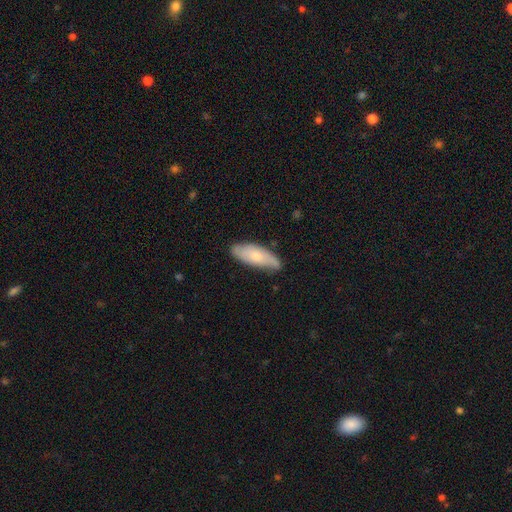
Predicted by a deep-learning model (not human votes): smooth-or-featured: smooth: 62% | featured or disk: 32% | star or artifact: 6%
  how-rounded: in between: 69% | cigar-shaped: 29% | round: 2%
  merging: none: 72% | minor disturbance: 22% | major disturbance: 4% | merger: 2%